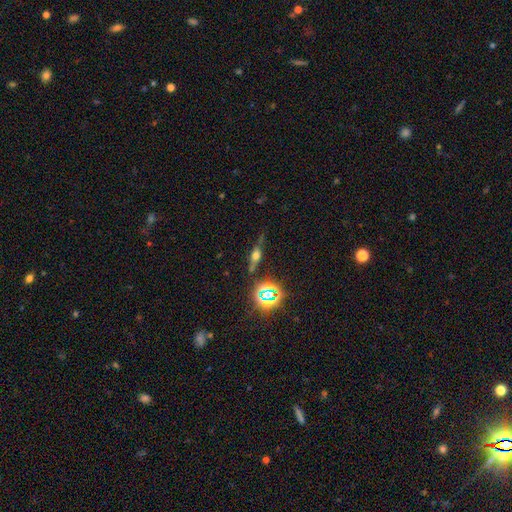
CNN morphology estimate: smooth-or-featured: featured or disk: 45% | smooth: 31% | star or artifact: 24%
  merging: none: 68% | minor disturbance: 19% | major disturbance: 7% | merger: 5%